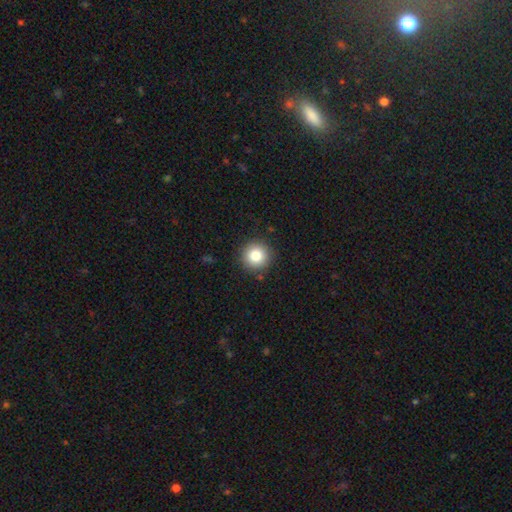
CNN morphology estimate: smooth-or-featured: smooth: 82% | star or artifact: 11% | featured or disk: 7%
  how-rounded: round: 95% | in between: 4% | cigar-shaped: 1%
  merging: none: 90% | minor disturbance: 7% | major disturbance: 2% | merger: 1%